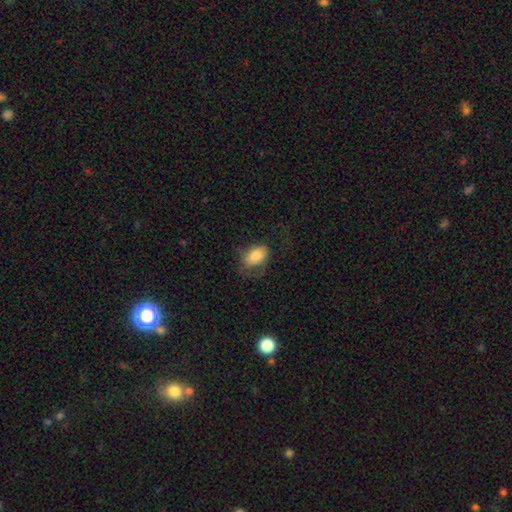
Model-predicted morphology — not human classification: A smooth galaxy with no disk features (70%) that is in between round and cigar-shaped (83%). Merging: none (42%).